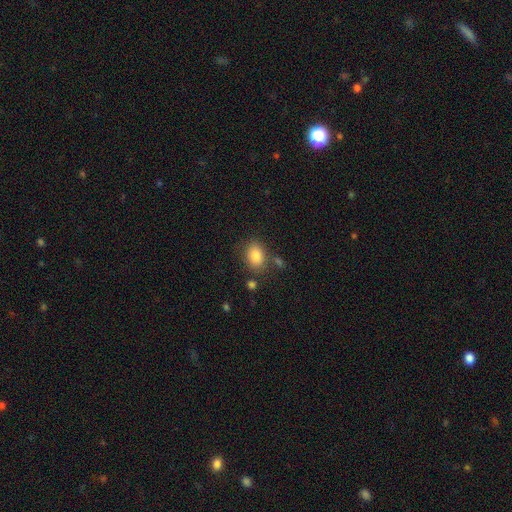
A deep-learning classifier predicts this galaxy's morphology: Smooth or featured?
  - smooth: 84% *
  - star or artifact: 9%
  - featured or disk: 8%
How rounded?
  - in between: 74% *
  - round: 25%
  - cigar-shaped: 1%
Merging?
  - none: 77% *
  - minor disturbance: 13%
  - merger: 6%
  - major disturbance: 4%